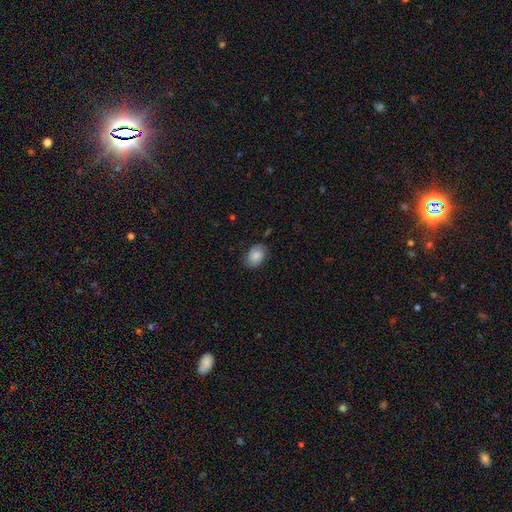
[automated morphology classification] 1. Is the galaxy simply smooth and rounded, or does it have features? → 80% smooth, 12% featured or disk, 7% star or artifact.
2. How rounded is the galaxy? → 80% in between, 19% round, 1% cigar-shaped.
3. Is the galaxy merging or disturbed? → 78% none, 17% minor disturbance, 4% major disturbance, 1% merger.